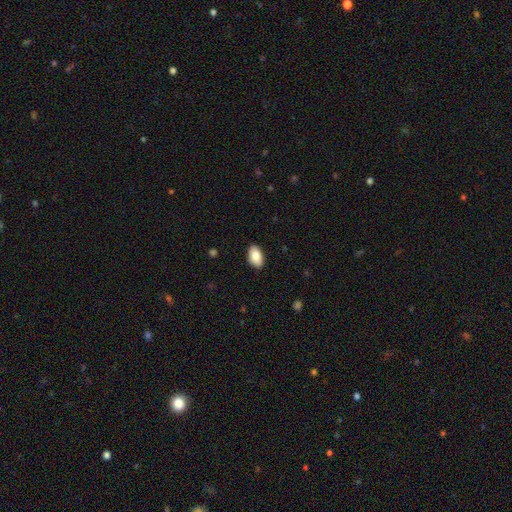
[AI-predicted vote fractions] Smooth or featured?
  - smooth: 86% *
  - featured or disk: 7%
  - star or artifact: 7%
How rounded?
  - in between: 94% *
  - round: 5%
  - cigar-shaped: 2%
Merging?
  - none: 88% *
  - minor disturbance: 9%
  - major disturbance: 2%
  - merger: 1%